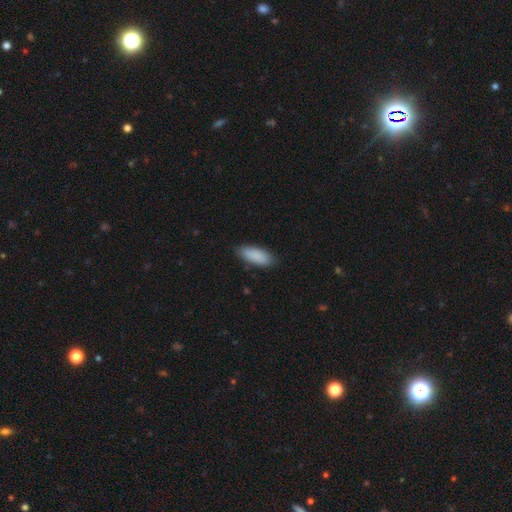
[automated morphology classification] This is clearly a smooth galaxy (89%). How rounded: likely in between (78%). Merging: clearly none (85%).